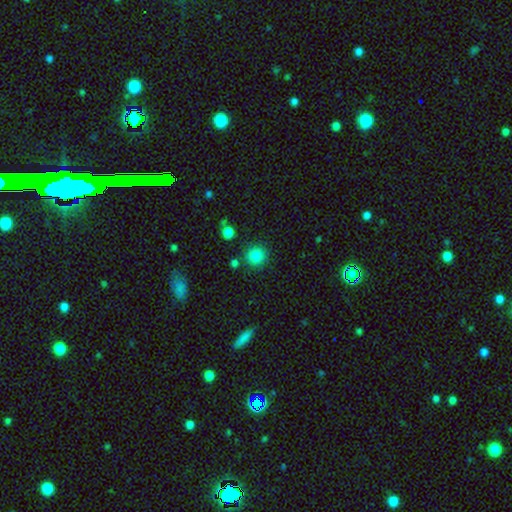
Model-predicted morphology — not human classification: smooth-or-featured: smooth: 84% | star or artifact: 11% | featured or disk: 5%
  how-rounded: round: 93% | in between: 6% | cigar-shaped: 1%
  merging: none: 85% | minor disturbance: 8% | merger: 5% | major disturbance: 3%